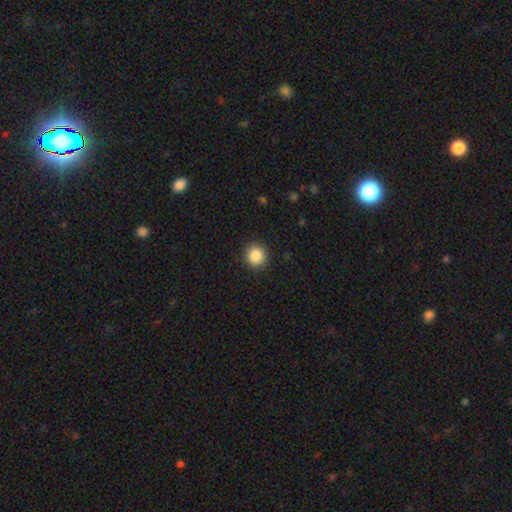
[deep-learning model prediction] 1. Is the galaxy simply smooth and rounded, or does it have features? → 87% smooth, 9% star or artifact, 4% featured or disk.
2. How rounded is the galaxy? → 92% round, 7% in between, 1% cigar-shaped.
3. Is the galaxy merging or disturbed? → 92% none, 6% minor disturbance, 2% major disturbance, 1% merger.